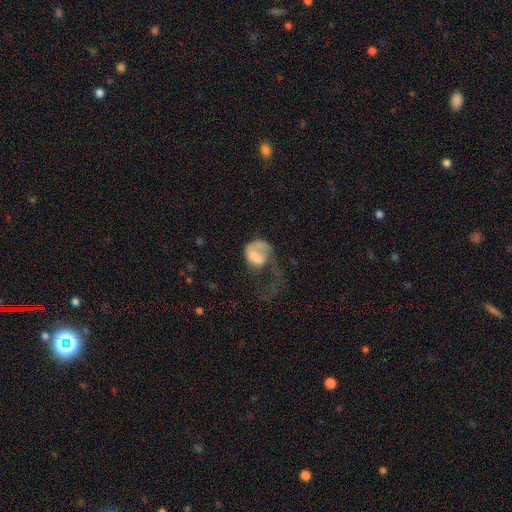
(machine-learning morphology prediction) Q: Smooth or featured?
A: smooth (50%); runner-up: featured or disk (42%)
Q: Merging?
A: major disturbance (66%); runner-up: none (17%)